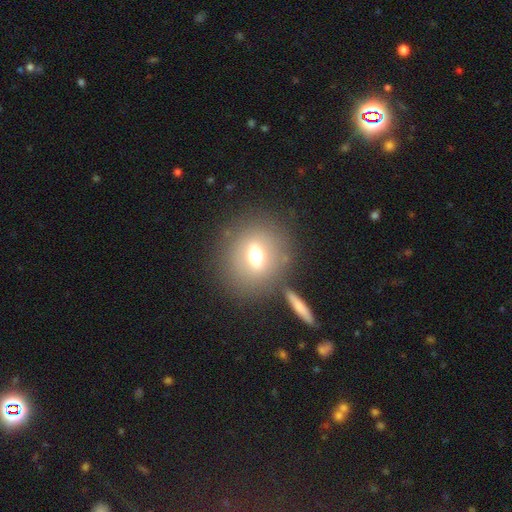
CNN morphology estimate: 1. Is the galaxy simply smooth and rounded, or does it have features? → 60% smooth, 28% featured or disk, 12% star or artifact.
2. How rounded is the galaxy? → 63% round, 35% in between, 2% cigar-shaped.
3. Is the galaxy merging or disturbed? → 72% none, 11% merger, 11% minor disturbance, 6% major disturbance.